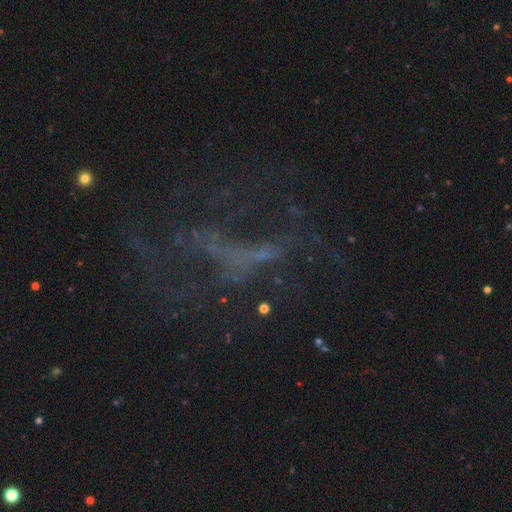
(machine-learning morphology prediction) This is possibly a featured or disk galaxy (46%). Merging: possibly none (46%).